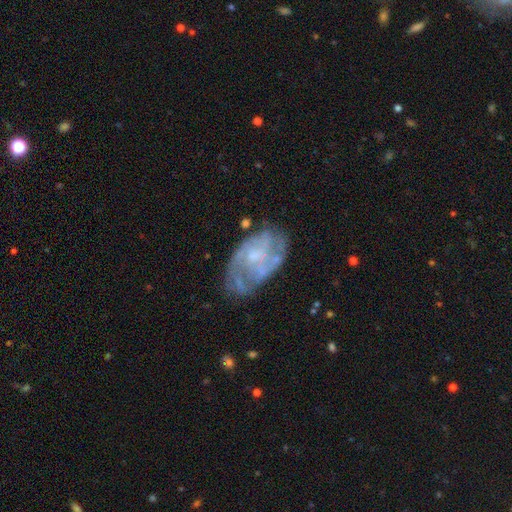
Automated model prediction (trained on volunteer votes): smooth_or_featured: featured or disk (p=0.79) [alt: smooth p=0.14]
disk_edge_on: no (p=0.97) [alt: yes p=0.03]
bar: no (p=0.65) [alt: weak p=0.30]
has_spiral_arms: yes (p=0.83) [alt: no p=0.17]
spiral_winding: tight (p=0.45) [alt: medium p=0.40]
spiral_arm_count: can't tell (p=0.39) [alt: 2 p=0.25]
bulge_size: small (p=0.54) [alt: moderate p=0.26]
merging: none (p=0.63) [alt: minor disturbance p=0.22]